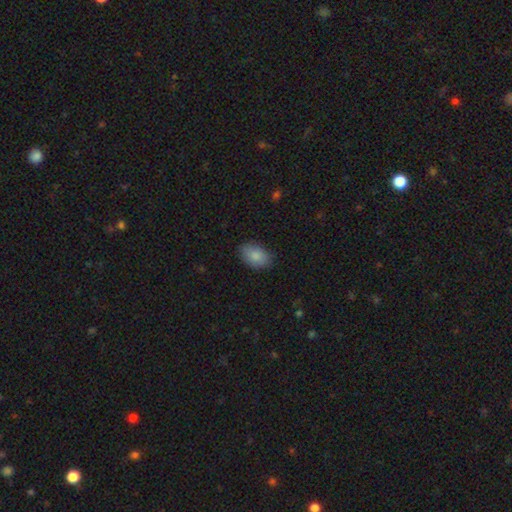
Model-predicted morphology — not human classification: smooth_or_featured: smooth (p=0.87) [alt: star or artifact p=0.07]
how_rounded: in between (p=0.87) [alt: round p=0.12]
merging: none (p=0.83) [alt: minor disturbance p=0.13]